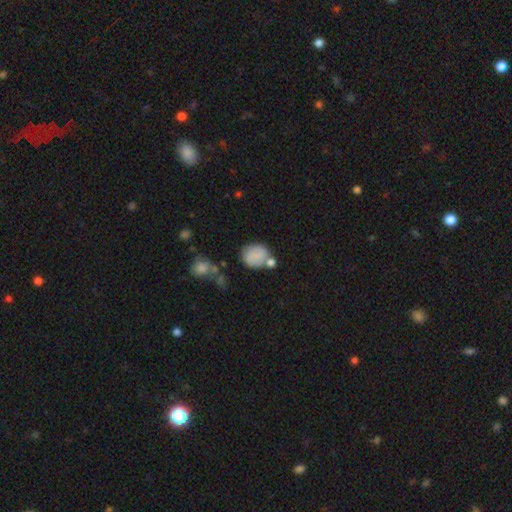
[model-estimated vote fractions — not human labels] smooth 79%, featured or disk 13%, star or artifact 8%. Down the decision tree: how rounded — round (70%); merging — none (57%).